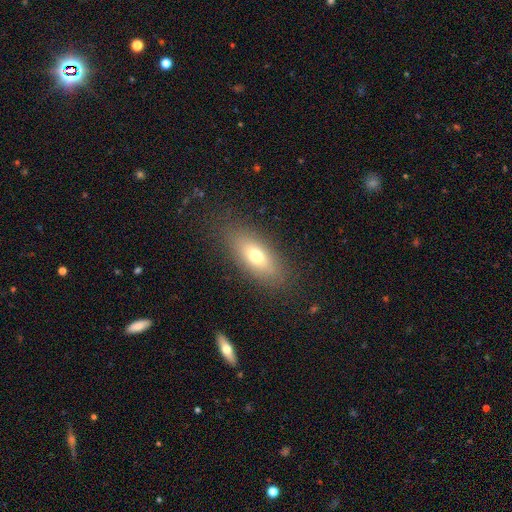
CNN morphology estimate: A smooth galaxy with no disk features (69%) that is in between round and cigar-shaped (76%).

Vote fractions:
- Smooth or featured? smooth: 69% / featured or disk: 22% / star or artifact: 10%
- How rounded? in between: 76% / cigar-shaped: 19% / round: 5%
- Merging? none: 84% / minor disturbance: 11% / major disturbance: 4% / merger: 1%